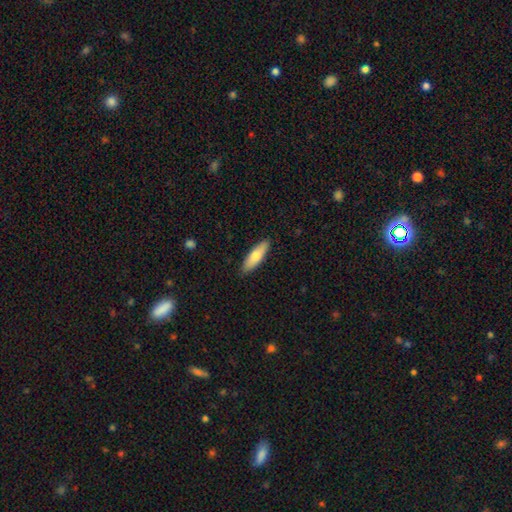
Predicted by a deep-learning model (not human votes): This is likely a smooth galaxy (73%). How rounded: possibly cigar-shaped (49%, tied with in between). Merging: clearly none (89%).